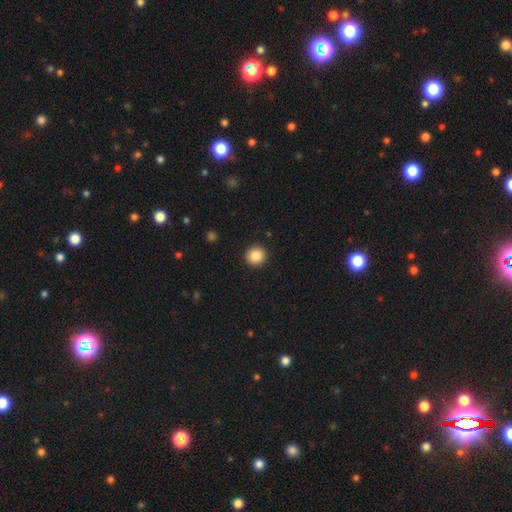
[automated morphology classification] type=smooth (86%); roundness=round (93%); merging=none (93%).